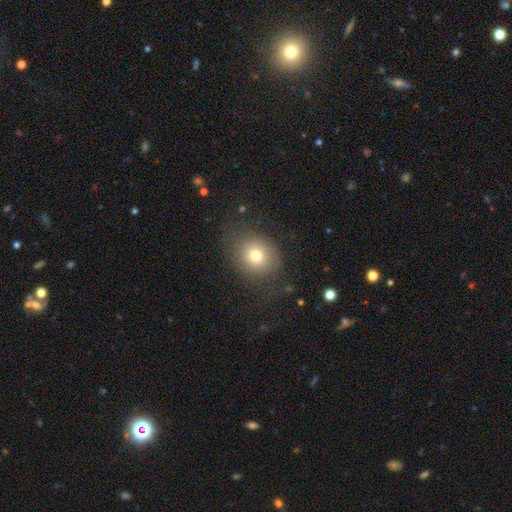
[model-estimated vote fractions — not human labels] Q: Smooth or featured?
A: smooth (75%); runner-up: featured or disk (13%)
Q: How rounded?
A: round (70%); runner-up: in between (29%)
Q: Merging?
A: none (76%); runner-up: minor disturbance (14%)